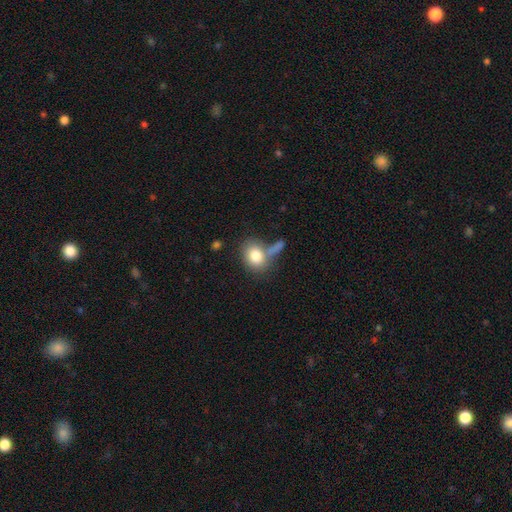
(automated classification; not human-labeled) A smooth galaxy with no disk features (80%) that is in between round and cigar-shaped (52%). Merging: none (49%).